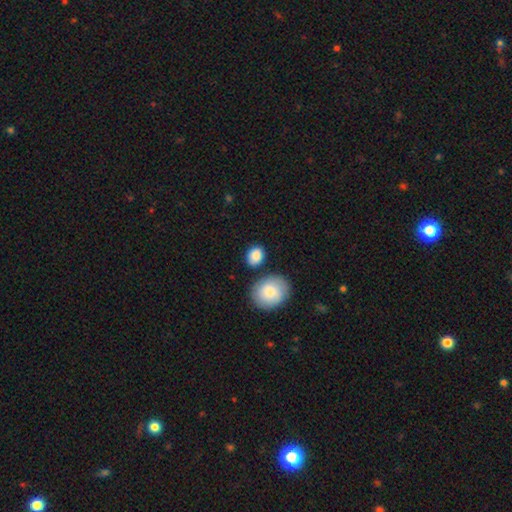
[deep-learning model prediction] Morphology: type=smooth (88%); roundness=in between (56%); merging=none (72%).